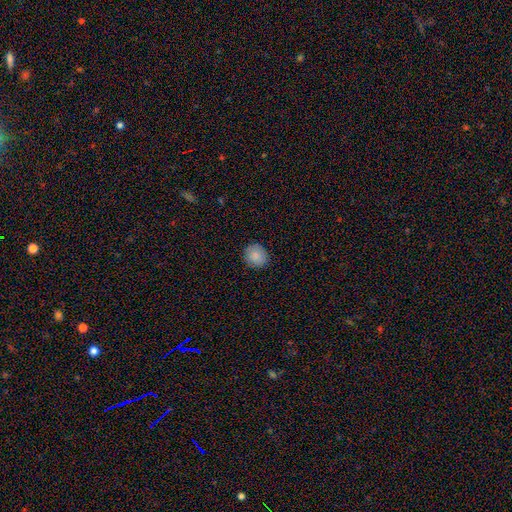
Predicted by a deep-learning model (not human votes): Smooth or featured?
  - smooth: 88% *
  - star or artifact: 8%
  - featured or disk: 5%
How rounded?
  - round: 83% *
  - in between: 16%
  - cigar-shaped: 1%
Merging?
  - none: 90% *
  - minor disturbance: 8%
  - major disturbance: 2%
  - merger: 1%